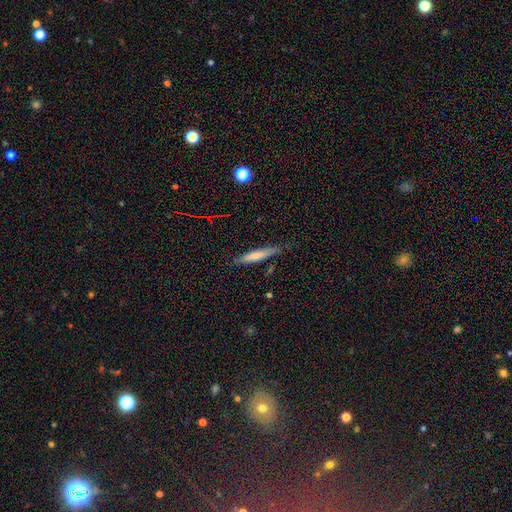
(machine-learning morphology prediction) A smooth galaxy with no disk features (61%) that is cigar-shaped (91%).

Vote fractions:
- Smooth or featured? smooth: 61% / featured or disk: 32% / star or artifact: 7%
- How rounded? cigar-shaped: 91% / in between: 7% / round: 1%
- Merging? none: 81% / minor disturbance: 15% / major disturbance: 3% / merger: 2%